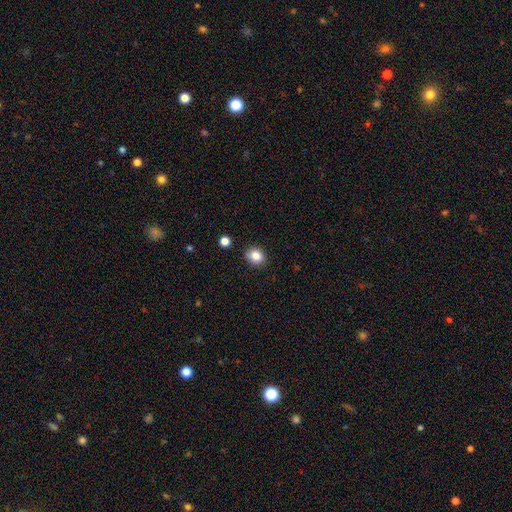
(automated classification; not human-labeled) This is clearly a smooth galaxy (84%). How rounded: possibly round (60%). Merging: clearly none (89%).